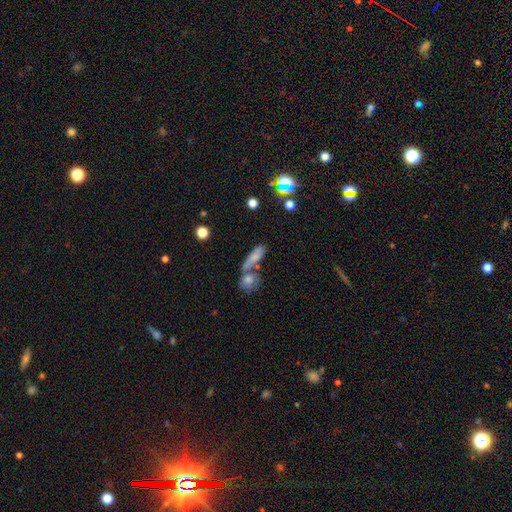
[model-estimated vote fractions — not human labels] Overall: smooth (57%; featured or disk 23%). How rounded: cigar-shaped (43%; in between 42%). Merging: merger (45%; none 39%).